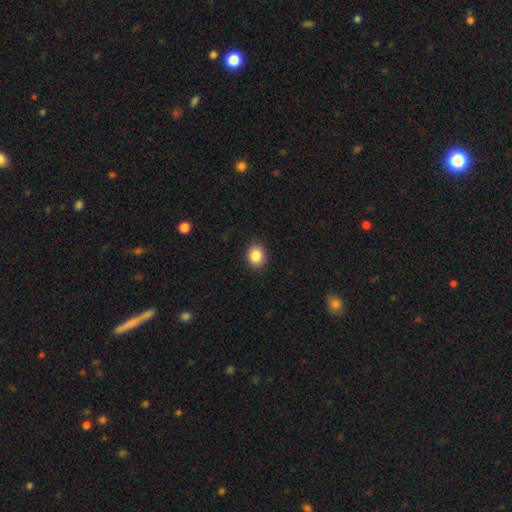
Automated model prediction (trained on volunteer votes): smooth 86%, star or artifact 9%, featured or disk 5%. Down the decision tree: how rounded — round (61%); merging — none (90%).